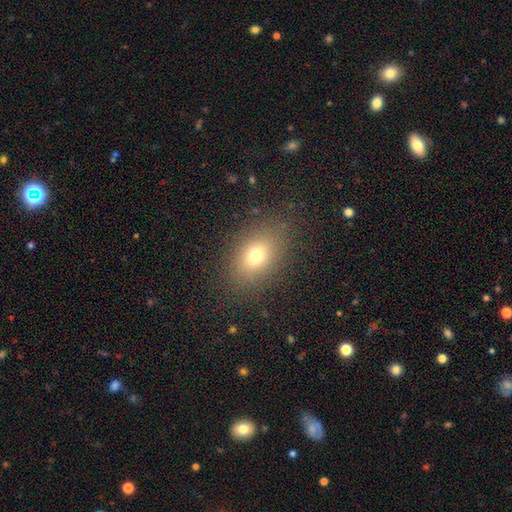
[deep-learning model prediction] This is likely a smooth galaxy (72%). How rounded: likely in between (75%). Merging: clearly none (84%).